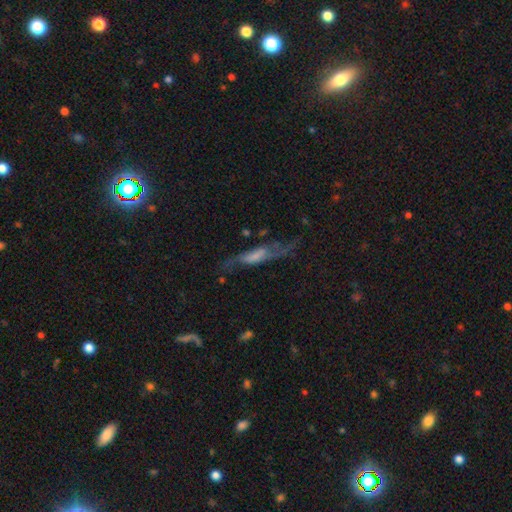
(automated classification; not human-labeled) Smooth or featured? Predicted: featured or disk (p=0.62). Edge-on disk? Predicted: no (p=0.56). Merging? Predicted: none (p=0.49).